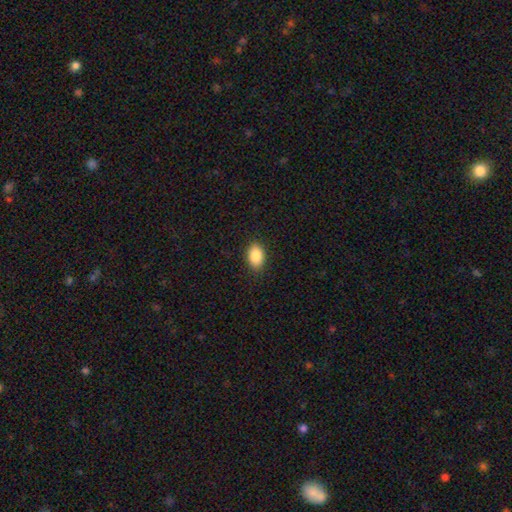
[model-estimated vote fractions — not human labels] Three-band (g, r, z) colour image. It shows a smooth galaxy with no disk features (88%) that is in between round and cigar-shaped (88%). Merging: none (89%).